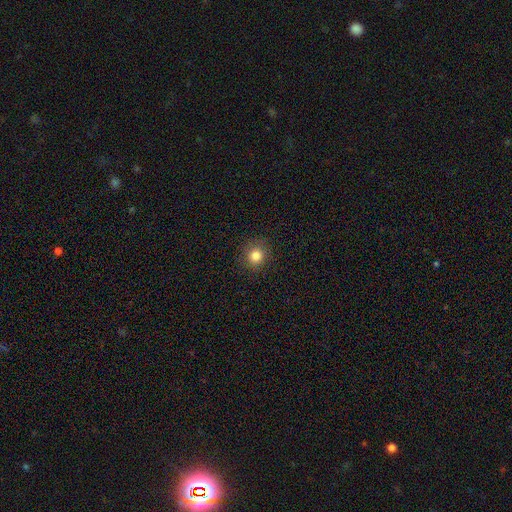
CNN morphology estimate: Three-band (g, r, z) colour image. It shows a smooth galaxy with no disk features (82%) that is round (88%). Merging: none (89%).